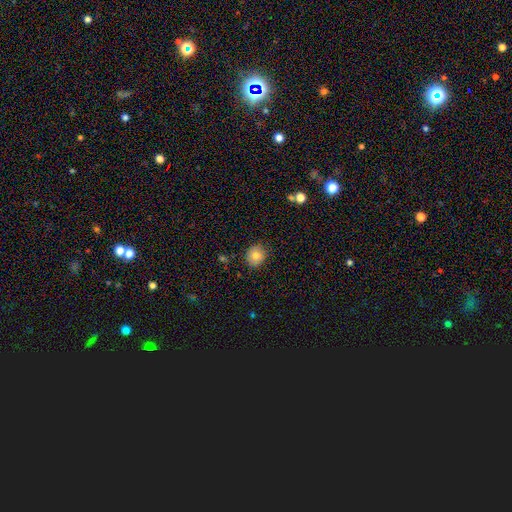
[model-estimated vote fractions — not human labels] This appears to be a smooth galaxy with no disk features (79%) that is round (76%). Merging: none (83%).